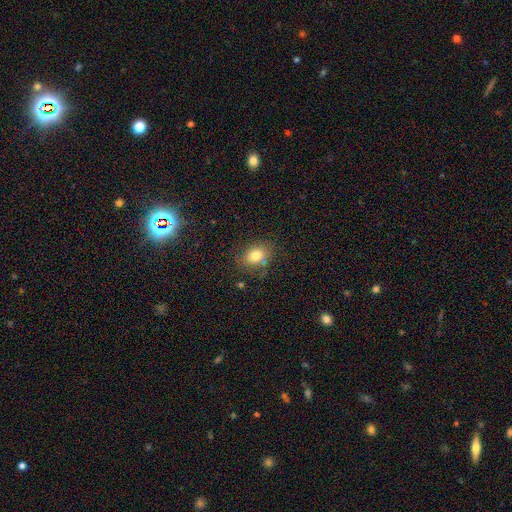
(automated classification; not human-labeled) smooth_or_featured: smooth (p=0.77) [alt: star or artifact p=0.12]
how_rounded: in between (p=0.57) [alt: round p=0.42]
merging: none (p=0.74) [alt: minor disturbance p=0.17]